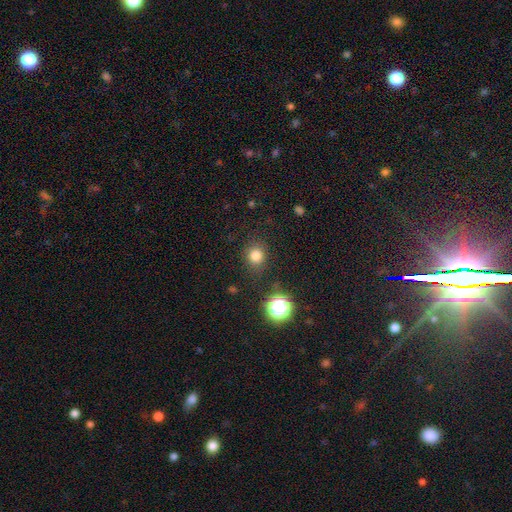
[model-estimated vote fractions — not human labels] smooth-or-featured: smooth: 79% | star or artifact: 16% | featured or disk: 5%
  how-rounded: round: 84% | in between: 15% | cigar-shaped: 1%
  merging: none: 85% | minor disturbance: 9% | major disturbance: 4% | merger: 2%